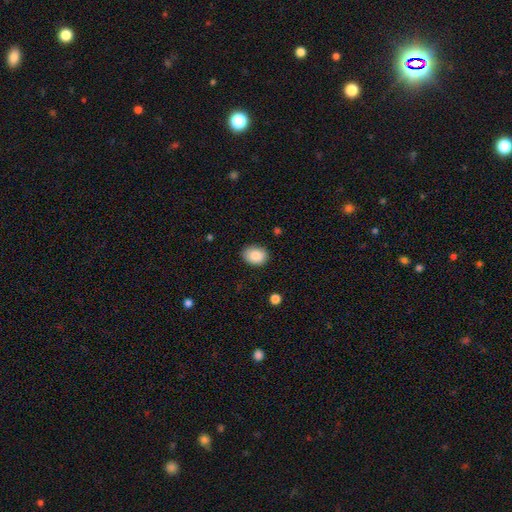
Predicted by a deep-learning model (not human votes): This is clearly a smooth galaxy (88%). How rounded: likely in between (63%). Merging: clearly none (82%).